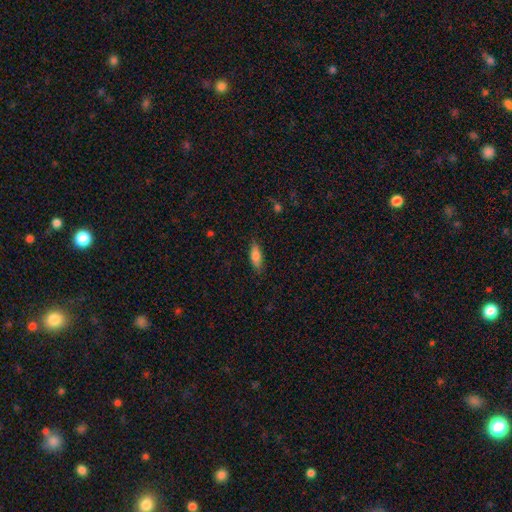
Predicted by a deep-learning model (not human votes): Smooth or featured? Predicted: smooth (p=0.80). How rounded? Predicted: in between (p=0.62). Merging? Predicted: none (p=0.83).